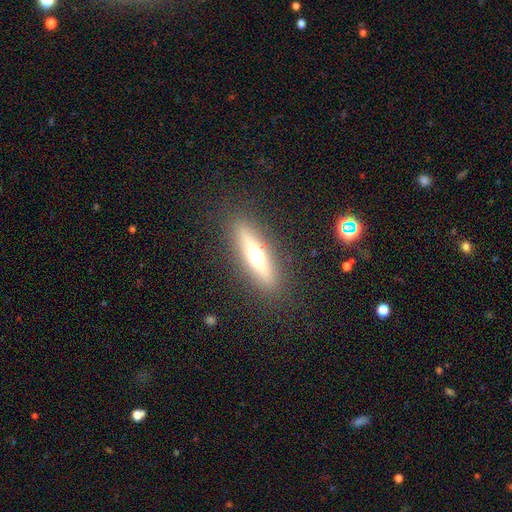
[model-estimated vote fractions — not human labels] smooth_or_featured: featured or disk (p=0.54) [alt: smooth p=0.36]
disk_edge_on: yes (p=0.89) [alt: no p=0.11]
merging: none (p=0.87) [alt: minor disturbance p=0.08]